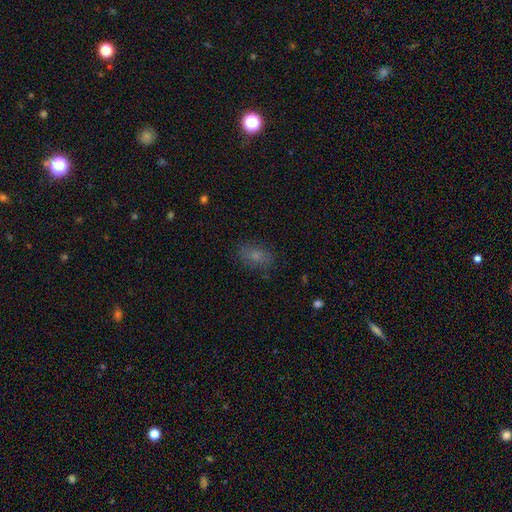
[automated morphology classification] Overall: smooth (73%). How rounded: in between (84%). Merging: none (80%).